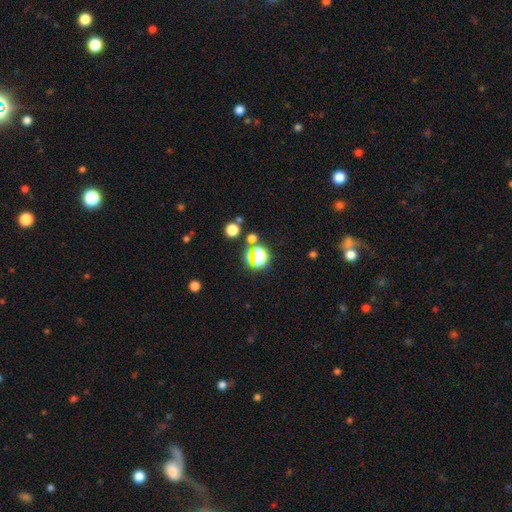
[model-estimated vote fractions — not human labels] Smooth or featured?
  - star or artifact: 57% *
  - smooth: 32%
  - featured or disk: 10%